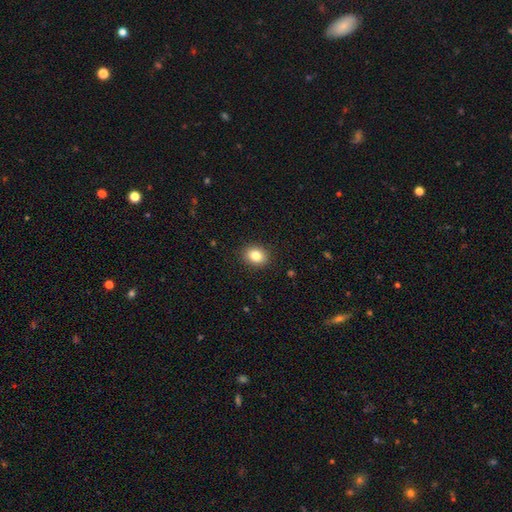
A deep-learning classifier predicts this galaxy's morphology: smooth_or_featured: smooth (p=0.83) [alt: star or artifact p=0.10]
how_rounded: round (p=0.54) [alt: in between p=0.45]
merging: none (p=0.90) [alt: minor disturbance p=0.07]